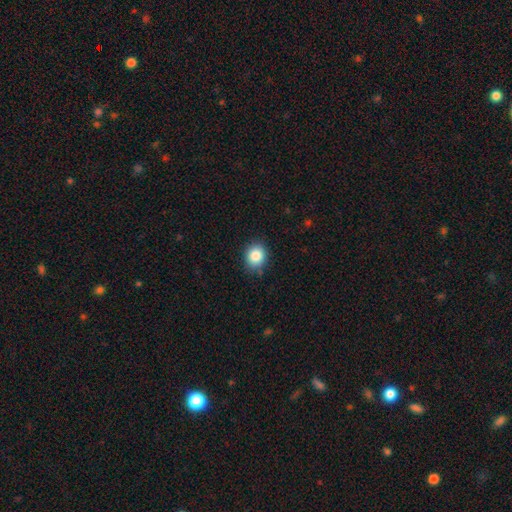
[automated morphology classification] Smooth or featured? smooth (85%)
How rounded? round (71%)
Merging? none (85%)